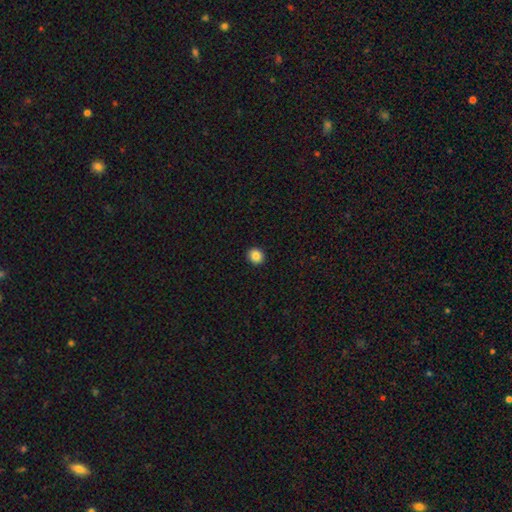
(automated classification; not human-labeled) Smooth or featured?
  - smooth: 86% *
  - star or artifact: 10%
  - featured or disk: 4%
How rounded?
  - round: 86% *
  - in between: 14%
  - cigar-shaped: 1%
Merging?
  - none: 93% *
  - minor disturbance: 4%
  - major disturbance: 1%
  - merger: 1%